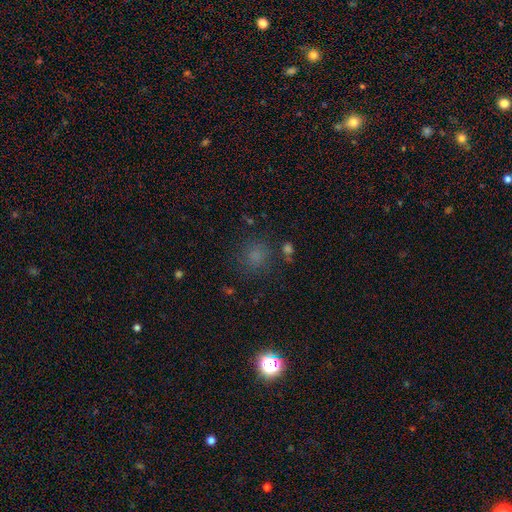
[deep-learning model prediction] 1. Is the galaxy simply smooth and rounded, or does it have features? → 70% smooth, 24% star or artifact, 6% featured or disk.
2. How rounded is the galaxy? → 84% round, 15% in between, 1% cigar-shaped.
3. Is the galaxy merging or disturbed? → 78% none, 12% minor disturbance, 5% major disturbance, 4% merger.